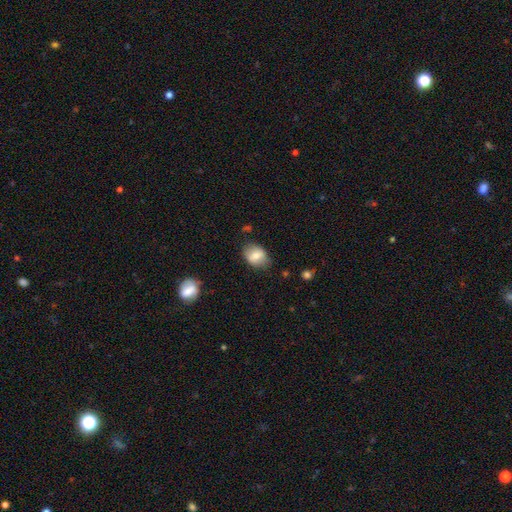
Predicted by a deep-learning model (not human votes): A smooth galaxy with no disk features (73%) that is in between round and cigar-shaped (68%). Merging: none (74%).